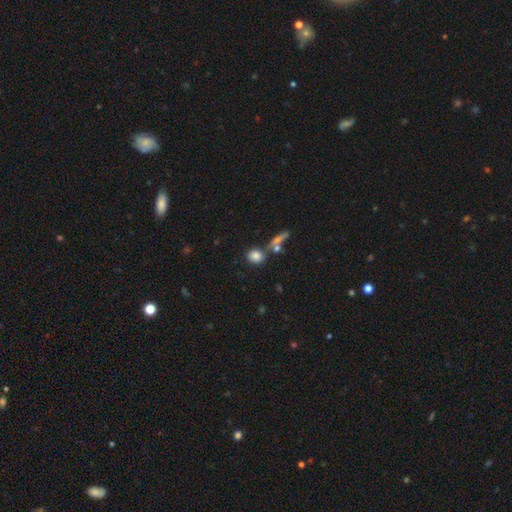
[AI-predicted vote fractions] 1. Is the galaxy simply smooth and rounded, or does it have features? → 82% smooth, 10% star or artifact, 9% featured or disk.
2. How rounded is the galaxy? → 65% round, 31% in between, 4% cigar-shaped.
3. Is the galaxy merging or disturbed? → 67% none, 18% merger, 11% minor disturbance, 4% major disturbance.